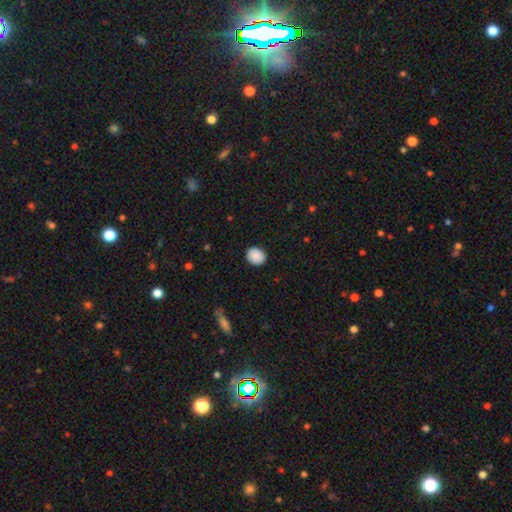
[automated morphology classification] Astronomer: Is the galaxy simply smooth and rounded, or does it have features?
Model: smooth — 90%.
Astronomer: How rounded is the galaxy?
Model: round — 69%.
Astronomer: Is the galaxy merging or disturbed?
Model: none — 89%.